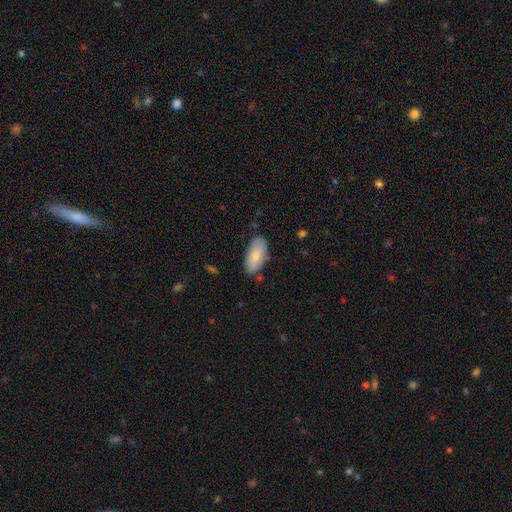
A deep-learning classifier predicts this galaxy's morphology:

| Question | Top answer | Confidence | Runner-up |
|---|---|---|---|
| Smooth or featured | smooth | 76% | featured or disk (18%) |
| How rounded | in between | 92% | cigar-shaped (6%) |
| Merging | none | 77% | minor disturbance (18%) |